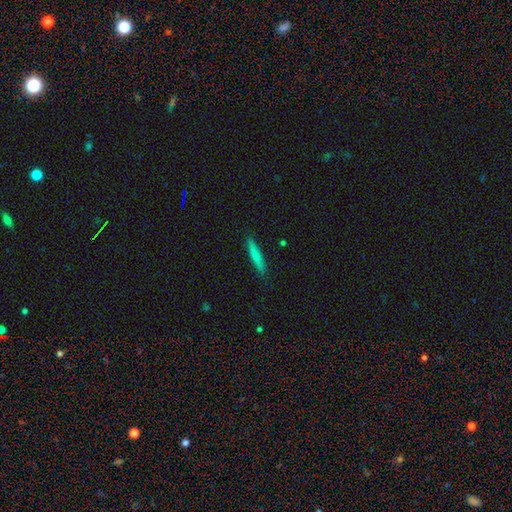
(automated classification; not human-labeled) This appears to be a smooth galaxy with no disk features (75%) that is cigar-shaped (93%). Merging: none (89%).